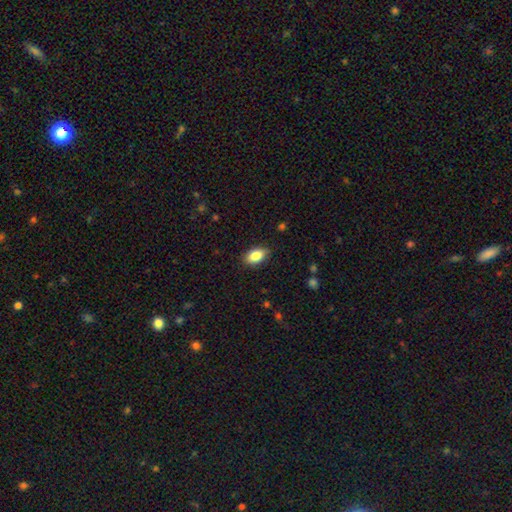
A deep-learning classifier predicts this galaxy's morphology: Smooth or featured? Predicted: smooth (p=0.84). How rounded? Predicted: in between (p=0.90). Merging? Predicted: none (p=0.86).